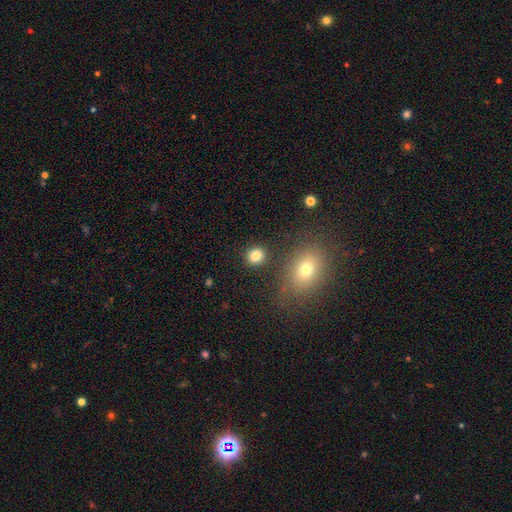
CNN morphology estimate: Smooth or featured?
  - smooth: 83% *
  - star or artifact: 11%
  - featured or disk: 6%
How rounded?
  - round: 80% *
  - in between: 19%
  - cigar-shaped: 1%
Merging?
  - none: 85% *
  - minor disturbance: 7%
  - merger: 6%
  - major disturbance: 3%